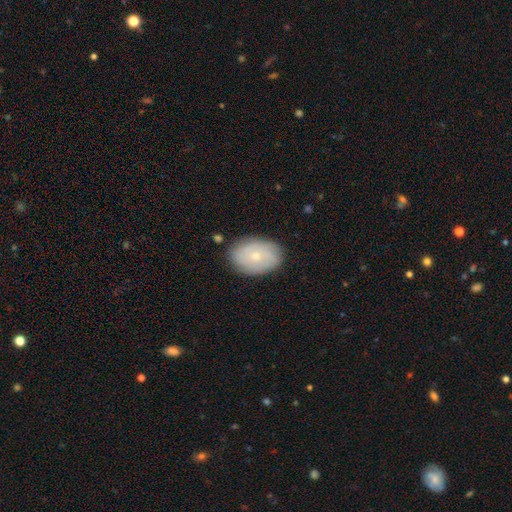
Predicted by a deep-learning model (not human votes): The model was most divided on "smooth or featured": smooth: 53%, featured or disk: 40%, star or artifact: 7%. More confident: how rounded — in between (84%); merging — none (82%).